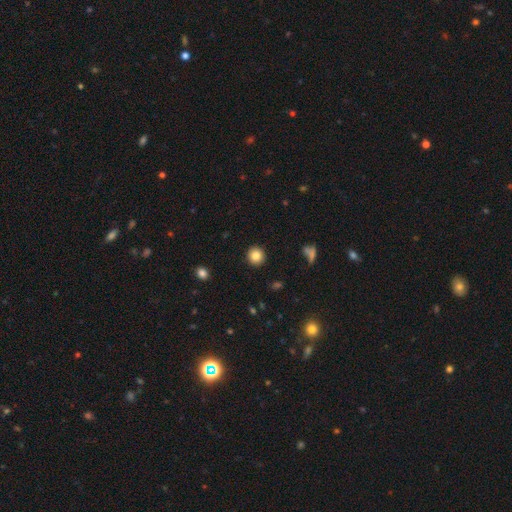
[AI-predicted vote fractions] Smooth or featured? smooth (84%)
How rounded? round (93%)
Merging? none (92%)